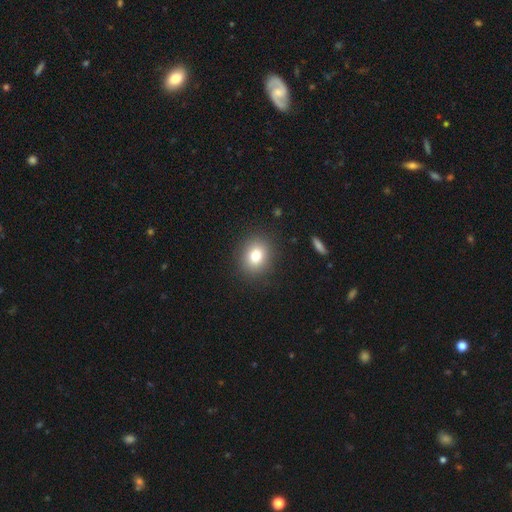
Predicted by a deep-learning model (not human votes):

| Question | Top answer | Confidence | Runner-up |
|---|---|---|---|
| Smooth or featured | smooth | 79% | star or artifact (11%) |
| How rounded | round | 68% | in between (31%) |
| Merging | none | 88% | minor disturbance (8%) |